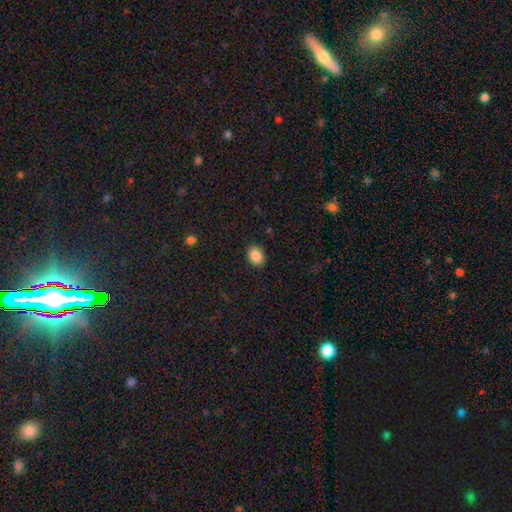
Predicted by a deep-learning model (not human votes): This appears to be a smooth galaxy with no disk features (88%) that is in between round and cigar-shaped (72%). Merging: none (89%).